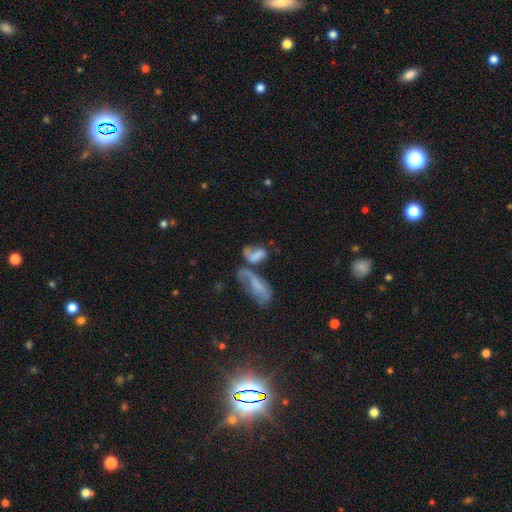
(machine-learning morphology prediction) A smooth galaxy with no disk features (60%) that is in between round and cigar-shaped (84%). Merging: merger (55%).